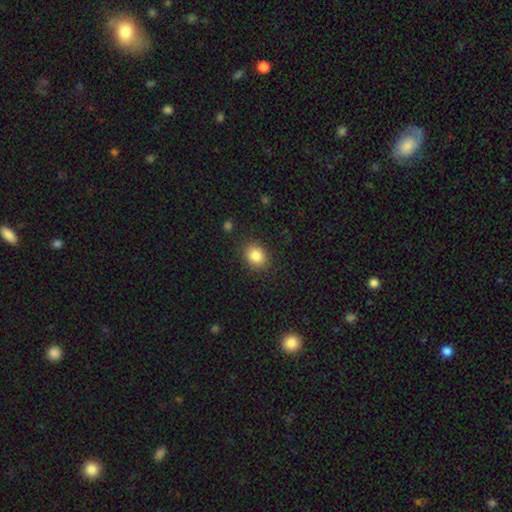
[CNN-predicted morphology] Smooth or featured? Predicted: smooth (p=0.85). How rounded? Predicted: round (p=0.51). Merging? Predicted: none (p=0.86).